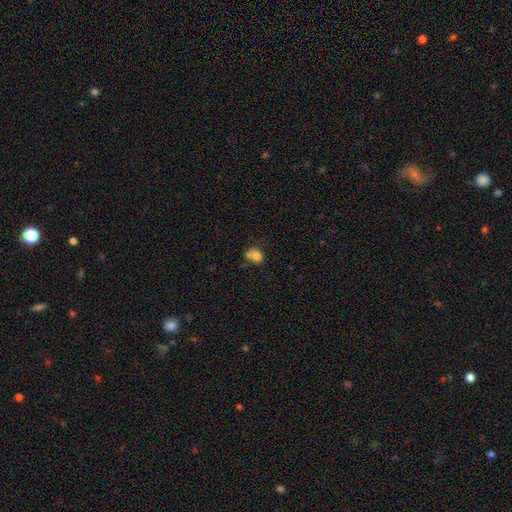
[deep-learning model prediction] Q: Smooth or featured?
A: smooth (75%); runner-up: featured or disk (14%)
Q: How rounded?
A: round (63%); runner-up: in between (36%)
Q: Merging?
A: merger (42%); runner-up: none (37%)